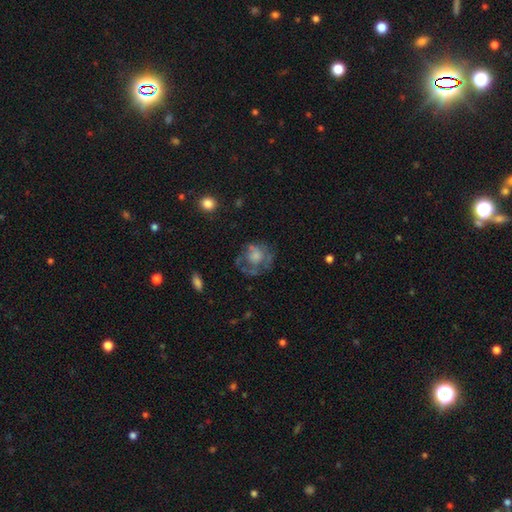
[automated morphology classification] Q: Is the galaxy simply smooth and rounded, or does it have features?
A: featured or disk — 45%.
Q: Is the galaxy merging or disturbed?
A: none — 47%.